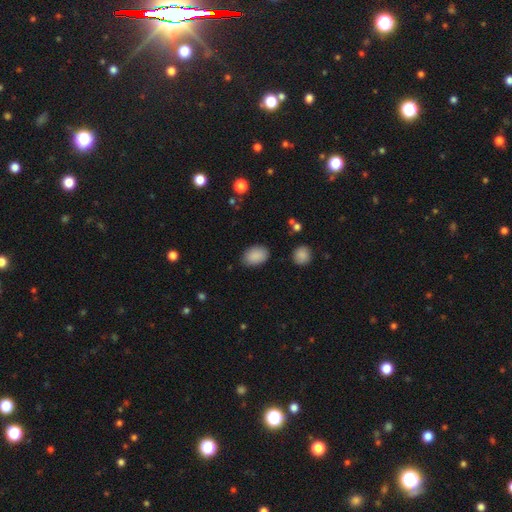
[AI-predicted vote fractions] A smooth galaxy with no disk features (89%) that is in between round and cigar-shaped (85%).

Vote fractions:
- Smooth or featured? smooth: 89% / star or artifact: 7% / featured or disk: 4%
- How rounded? in between: 85% / round: 13% / cigar-shaped: 1%
- Merging? none: 84% / minor disturbance: 12% / major disturbance: 3% / merger: 1%